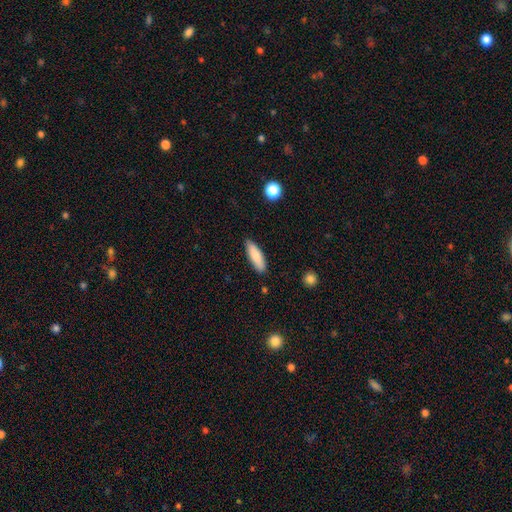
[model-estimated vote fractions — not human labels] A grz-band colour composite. It shows a smooth galaxy with no disk features (84%) that is cigar-shaped (52%). Merging: none (85%).